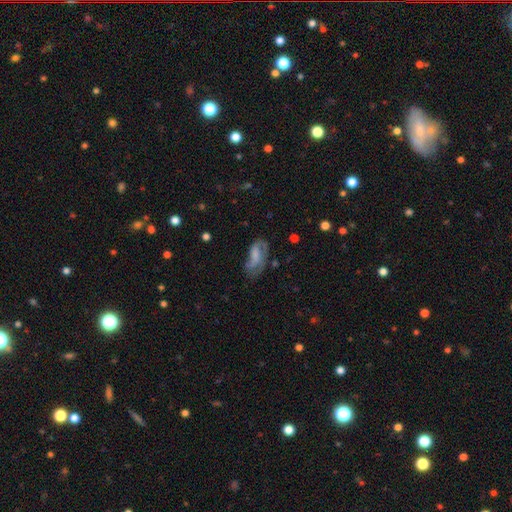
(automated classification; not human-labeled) This is possibly a featured or disk galaxy (47%). Merging: marginally none (39%).